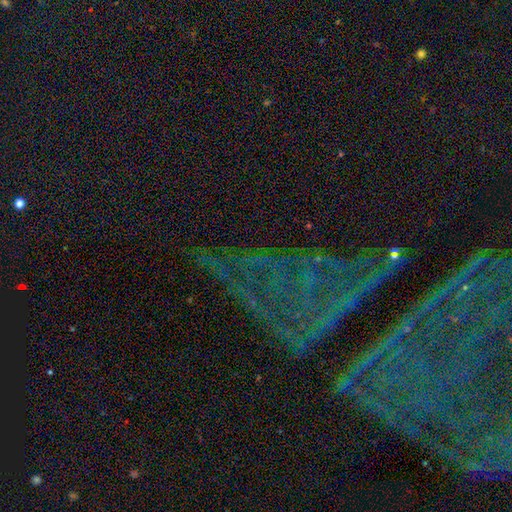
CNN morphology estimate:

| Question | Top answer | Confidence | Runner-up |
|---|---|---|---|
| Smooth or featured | star or artifact | 73% | featured or disk (15%) |